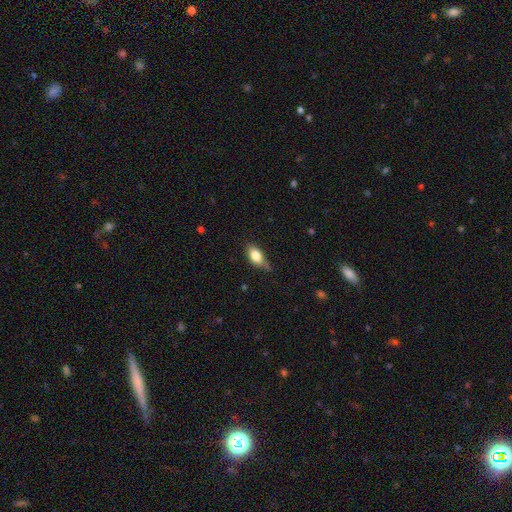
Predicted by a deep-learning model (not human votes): Smooth or featured?
  - smooth: 78% *
  - featured or disk: 14%
  - star or artifact: 8%
How rounded?
  - in between: 86% *
  - cigar-shaped: 7%
  - round: 7%
Merging?
  - none: 63% *
  - minor disturbance: 28%
  - major disturbance: 6%
  - merger: 3%